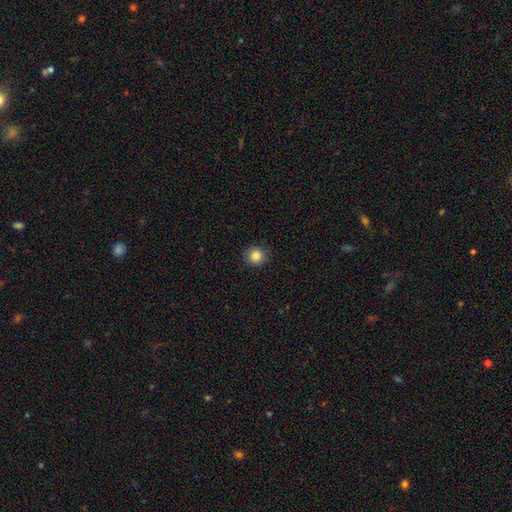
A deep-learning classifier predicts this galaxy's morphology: smooth 86%, star or artifact 10%, featured or disk 4%. Down the decision tree: how rounded — round (93%); merging — none (90%).